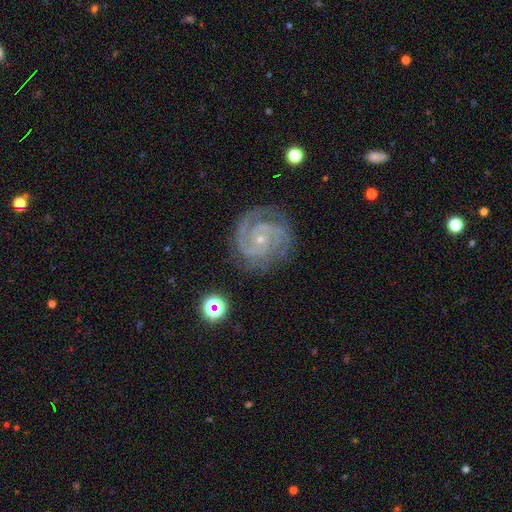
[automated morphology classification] This is clearly a featured or disk galaxy (87%). It is clearly not viewed edge-on (98%). Bar: likely no (64%). Spiral arm pattern: clearly yes (98%). Spiral arm count: possibly 2 (45%). Spiral winding: likely tight (68%). Central bulge: likely small (80%). Merging: clearly none (80%).